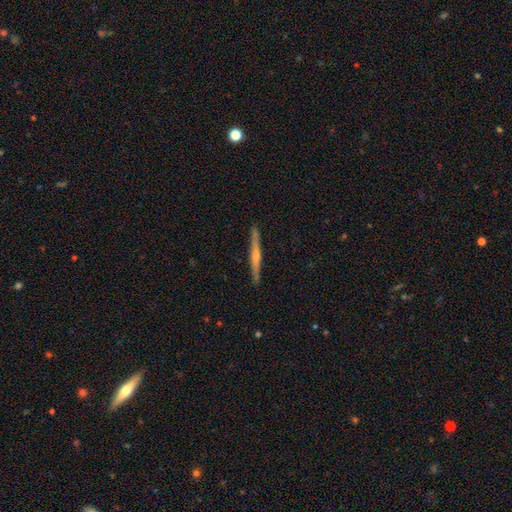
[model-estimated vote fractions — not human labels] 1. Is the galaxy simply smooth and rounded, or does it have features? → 69% featured or disk, 25% smooth, 6% star or artifact.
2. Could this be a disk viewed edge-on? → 98% yes, 2% no.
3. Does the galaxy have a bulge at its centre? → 66% rounded, 23% none, 11% boxy.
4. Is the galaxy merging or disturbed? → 91% none, 7% minor disturbance, 1% major disturbance, 1% merger.